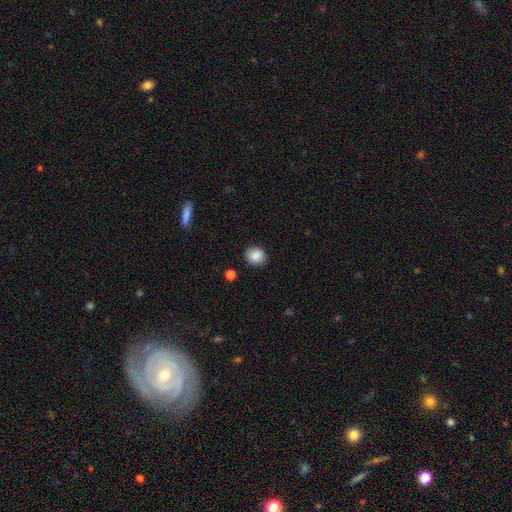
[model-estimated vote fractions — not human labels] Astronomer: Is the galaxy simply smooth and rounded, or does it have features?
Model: smooth — 88%.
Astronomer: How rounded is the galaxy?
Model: round — 79%.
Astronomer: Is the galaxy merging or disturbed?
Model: none — 89%.